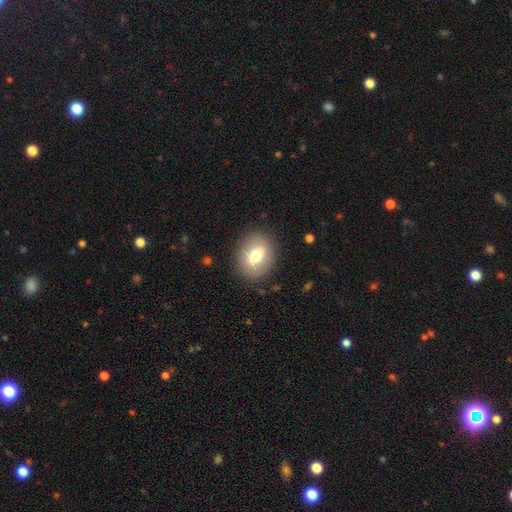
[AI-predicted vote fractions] The model was most divided on "how rounded": in between: 59%, round: 40%, cigar-shaped: 1%. More confident: merging — none (86%); smooth or featured — smooth (68%).